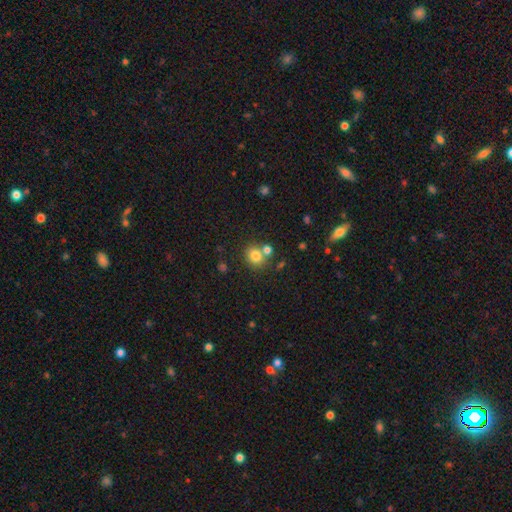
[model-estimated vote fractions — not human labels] Smooth or featured?
  - smooth: 79% *
  - star or artifact: 12%
  - featured or disk: 8%
How rounded?
  - round: 74% *
  - in between: 25%
  - cigar-shaped: 1%
Merging?
  - none: 63% *
  - merger: 24%
  - minor disturbance: 10%
  - major disturbance: 3%